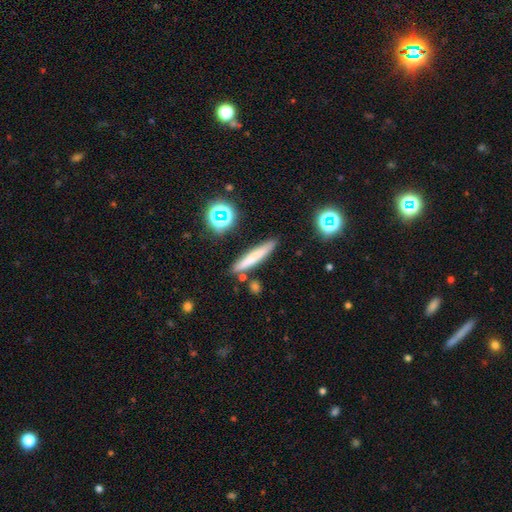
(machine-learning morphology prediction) This is likely a smooth galaxy (67%). How rounded: clearly cigar-shaped (91%). Merging: clearly none (85%).